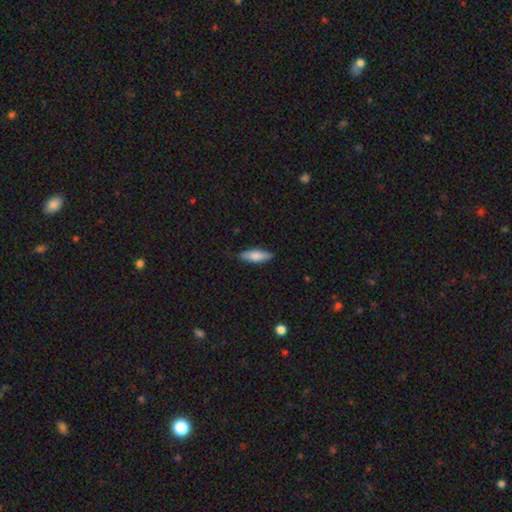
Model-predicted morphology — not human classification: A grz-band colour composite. It shows a smooth galaxy with no disk features (75%) that is cigar-shaped (53%). Merging: none (86%).